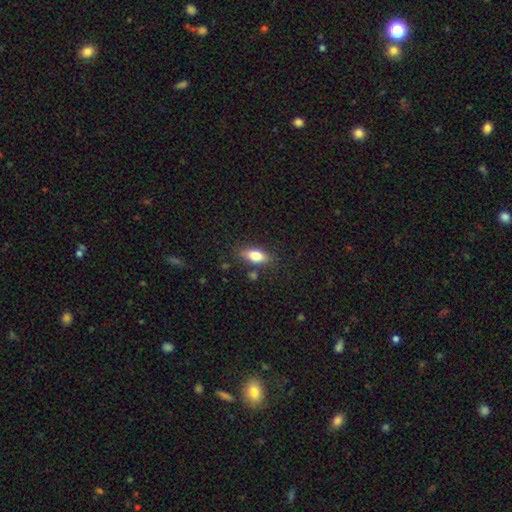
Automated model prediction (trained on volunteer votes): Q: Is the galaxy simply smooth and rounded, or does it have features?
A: smooth — 78%.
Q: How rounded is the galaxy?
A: in between — 82%.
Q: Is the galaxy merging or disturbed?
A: none — 79%.